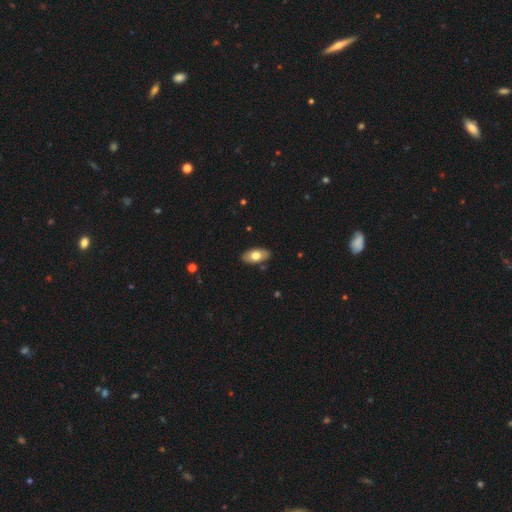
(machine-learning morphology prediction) A smooth galaxy with no disk features (72%) that is in between round and cigar-shaped (93%). Merging: none (87%).